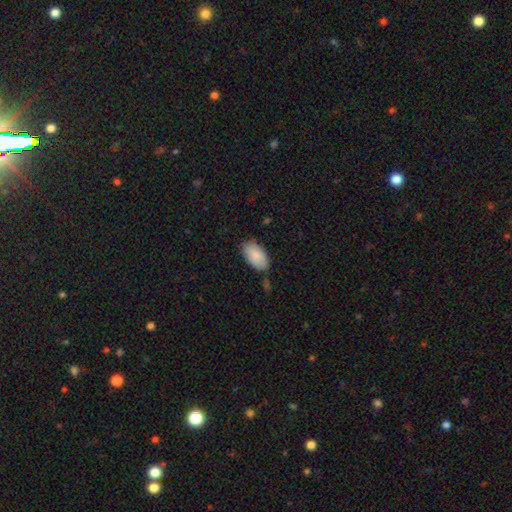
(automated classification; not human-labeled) A smooth galaxy with no disk features (88%) that is in between round and cigar-shaped (95%). Merging: none (76%).